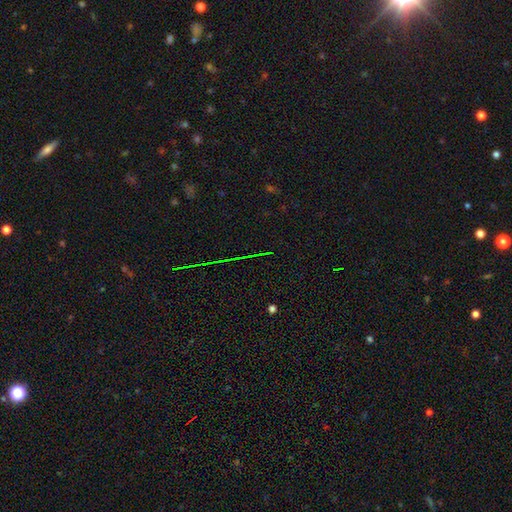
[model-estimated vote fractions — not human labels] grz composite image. It shows a star or artifact, not a galaxy (77%).